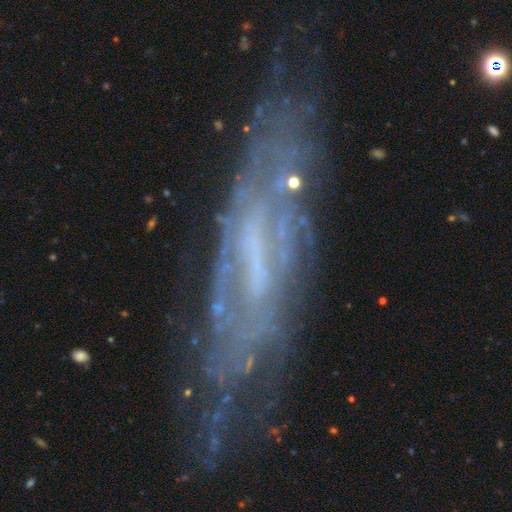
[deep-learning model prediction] The model was most divided on "bar": strong: 38%, weak: 36%, no: 26%. More confident: smooth or featured — featured or disk (77%); edge-on disk — no (70%); spiral arms — yes (64%); merging — none (59%); bulge size — none (50%).